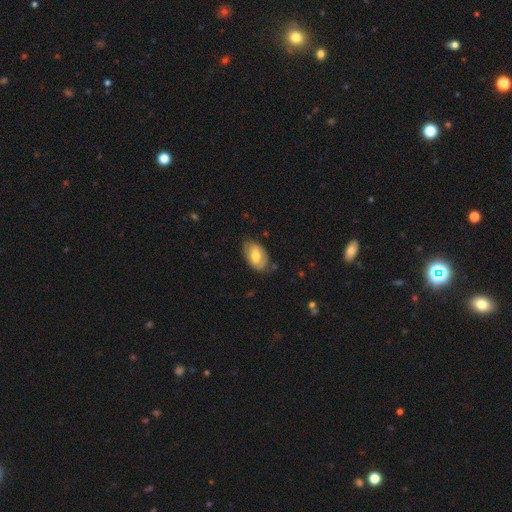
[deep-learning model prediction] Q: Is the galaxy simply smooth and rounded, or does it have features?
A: smooth — 66%.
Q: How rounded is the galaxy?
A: in between — 91%.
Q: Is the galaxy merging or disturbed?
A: none — 75%.